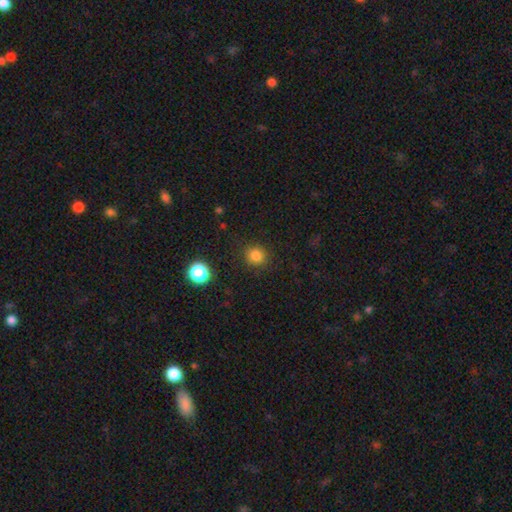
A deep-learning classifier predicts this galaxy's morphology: smooth 82%, star or artifact 14%, featured or disk 5%. Down the decision tree: how rounded — round (86%); merging — none (88%).